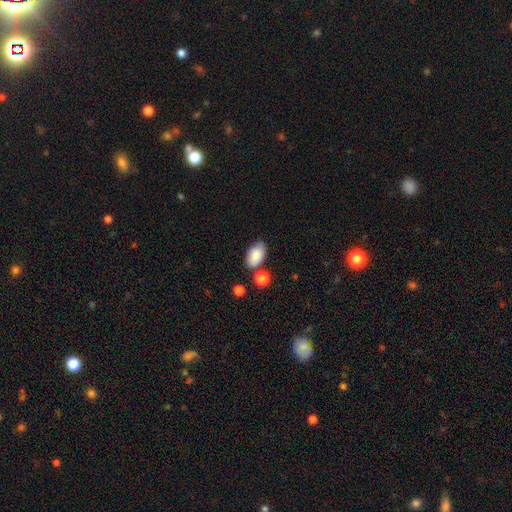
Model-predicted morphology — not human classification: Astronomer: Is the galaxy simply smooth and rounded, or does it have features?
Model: smooth — 84%.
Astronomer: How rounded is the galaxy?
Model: in between — 92%.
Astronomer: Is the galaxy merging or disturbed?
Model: none — 71%.